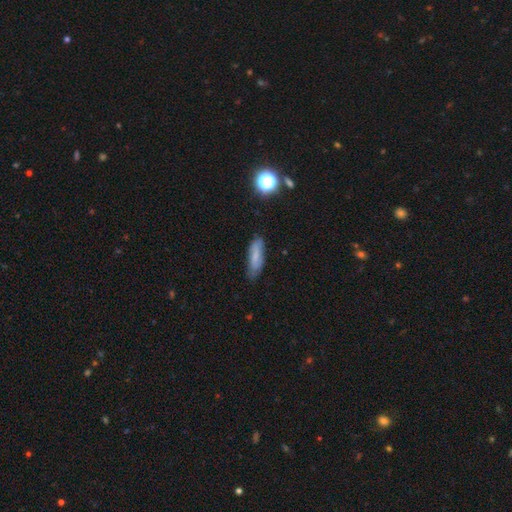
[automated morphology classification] Smooth or featured? smooth (71%)
How rounded? cigar-shaped (49%, tied with in between)
Merging? none (72%)